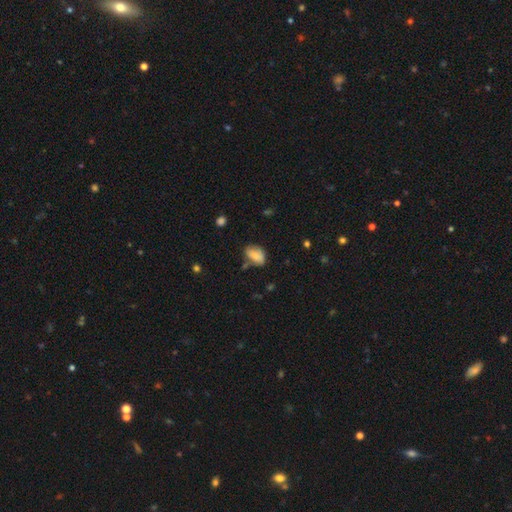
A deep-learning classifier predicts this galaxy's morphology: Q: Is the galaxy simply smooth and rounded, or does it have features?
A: smooth — 77%.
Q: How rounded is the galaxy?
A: in between — 88%.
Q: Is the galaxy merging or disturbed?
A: none — 59%.